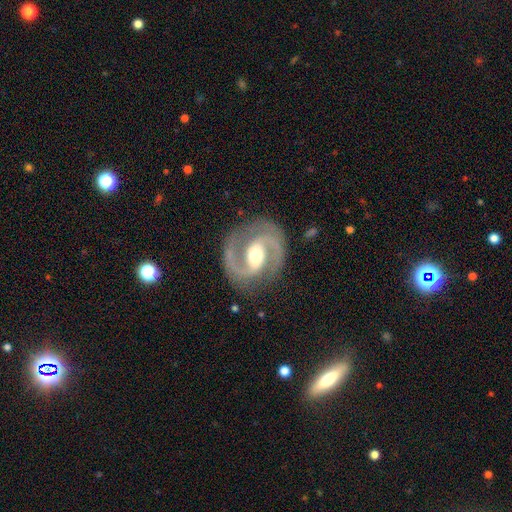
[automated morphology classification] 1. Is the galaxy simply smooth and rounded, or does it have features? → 93% featured or disk, 4% star or artifact, 4% smooth.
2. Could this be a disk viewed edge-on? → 98% no, 2% yes.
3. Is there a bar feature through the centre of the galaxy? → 44% weak, 31% strong, 25% no.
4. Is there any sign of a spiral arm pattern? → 98% yes, 2% no.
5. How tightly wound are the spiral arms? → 65% medium, 23% tight, 12% loose.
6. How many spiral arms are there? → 94% 2, 1% can't tell, 1% 1, 1% 3, 1% 4, 1% more than 4.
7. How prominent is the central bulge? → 70% moderate, 16% small, 12% large, 1% dominant, 1% none.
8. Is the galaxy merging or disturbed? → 86% none, 10% minor disturbance, 4% major disturbance, 1% merger.